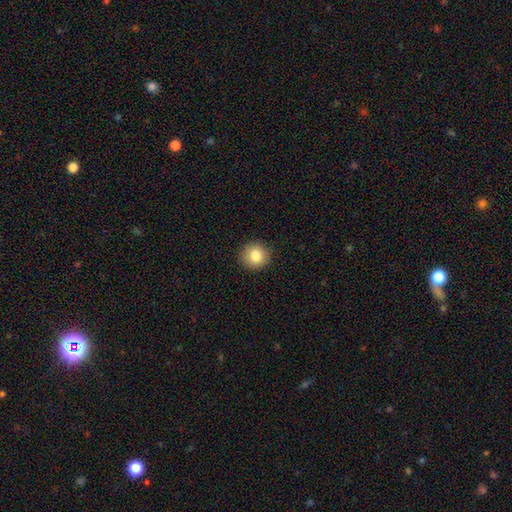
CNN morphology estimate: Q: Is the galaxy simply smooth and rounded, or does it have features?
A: smooth — 83%.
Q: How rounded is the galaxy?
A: round — 90%.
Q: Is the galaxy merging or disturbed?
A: none — 91%.